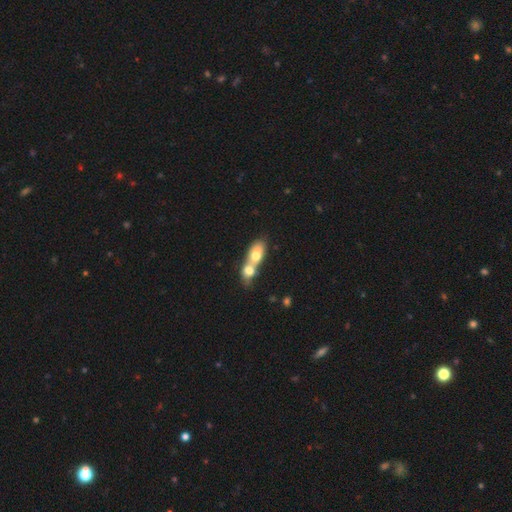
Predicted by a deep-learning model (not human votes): This is likely a smooth galaxy (66%). How rounded: likely in between (71%). Merging: clearly merger (81%).